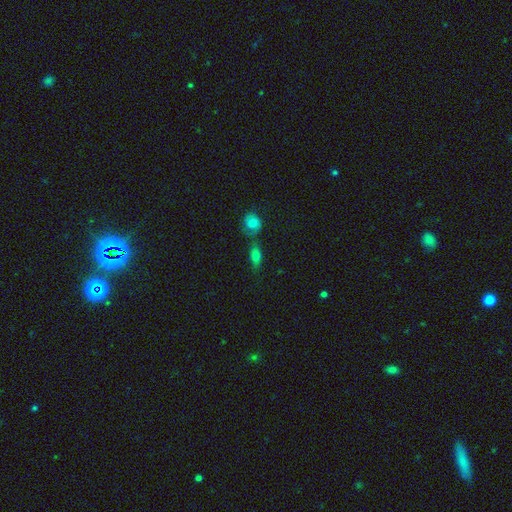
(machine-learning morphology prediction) smooth_or_featured: smooth (p=0.77) [alt: featured or disk p=0.13]
how_rounded: in between (p=0.76) [alt: cigar-shaped p=0.14]
merging: none (p=0.55) [alt: merger p=0.26]